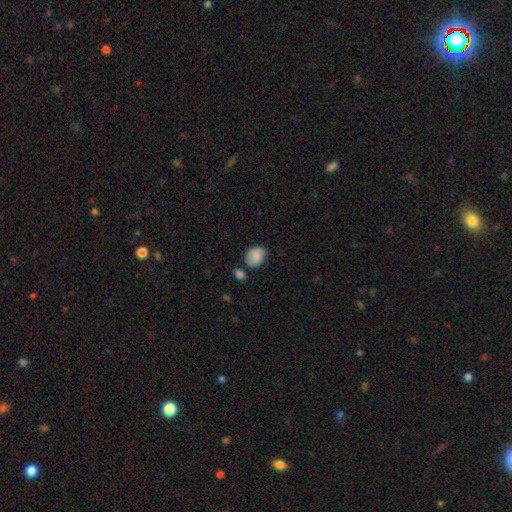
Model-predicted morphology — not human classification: type=smooth (79%); roundness=in between (52%); merging=none (56%).